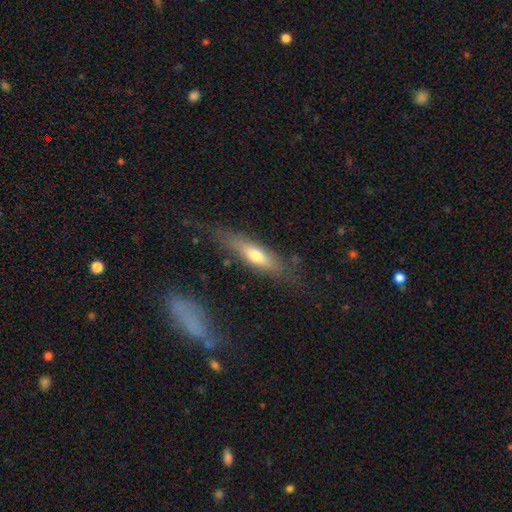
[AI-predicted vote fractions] smooth_or_featured: smooth (p=0.56) [alt: featured or disk p=0.37]
how_rounded: cigar-shaped (p=0.63) [alt: in between p=0.34]
merging: none (p=0.71) [alt: minor disturbance p=0.19]